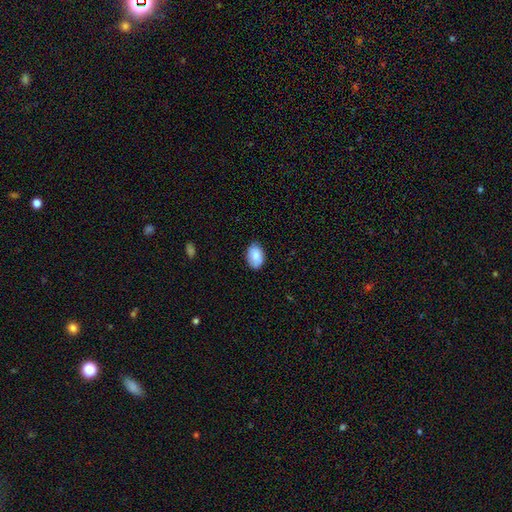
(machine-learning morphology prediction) Smooth or featured?
  - smooth: 83% *
  - featured or disk: 10%
  - star or artifact: 7%
How rounded?
  - in between: 86% *
  - round: 12%
  - cigar-shaped: 1%
Merging?
  - none: 83% *
  - minor disturbance: 13%
  - major disturbance: 2%
  - merger: 1%